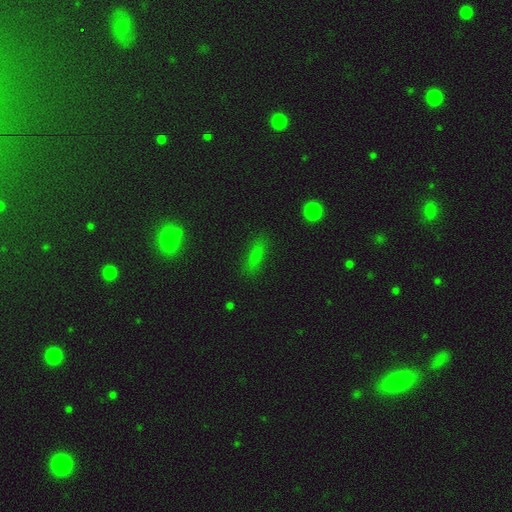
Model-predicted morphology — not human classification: A smooth galaxy with no disk features (64%) that is in between round and cigar-shaped (48%). Merging: none (81%).